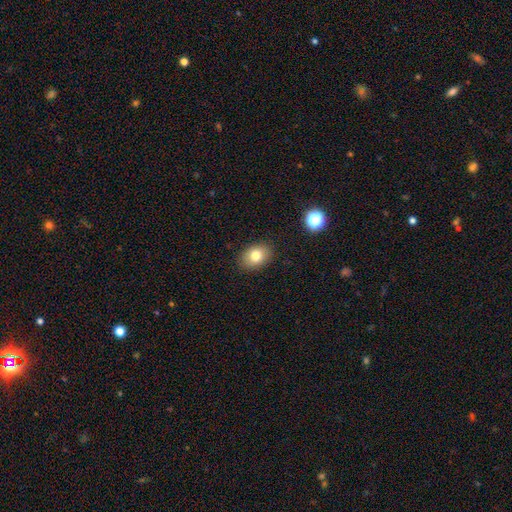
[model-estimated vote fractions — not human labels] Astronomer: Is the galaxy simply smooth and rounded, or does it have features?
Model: smooth — 79%.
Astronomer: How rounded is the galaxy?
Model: in between — 73%.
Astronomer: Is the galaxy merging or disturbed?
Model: none — 87%.